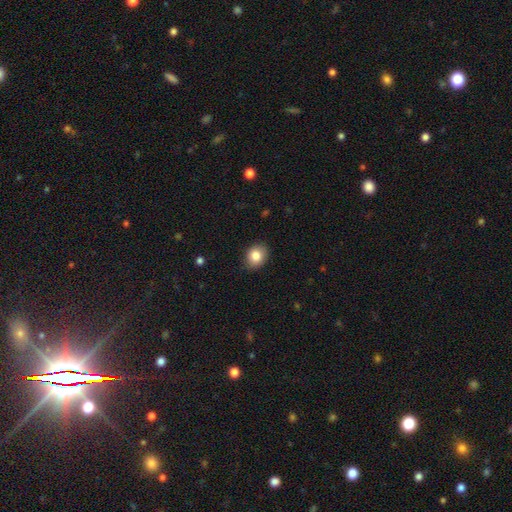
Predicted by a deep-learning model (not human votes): Morphology: type=smooth (84%); roundness=in between (51%); merging=none (87%).